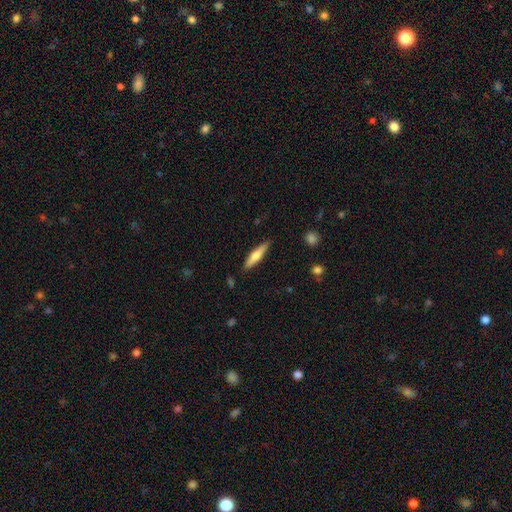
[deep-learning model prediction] Smooth or featured? Predicted: smooth (p=0.55). How rounded? Predicted: cigar-shaped (p=0.82). Merging? Predicted: none (p=0.87).